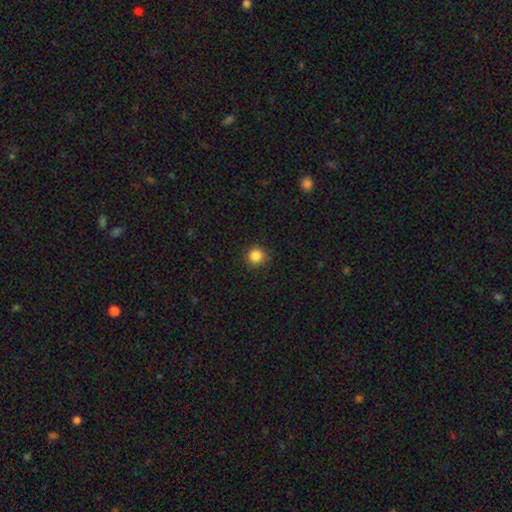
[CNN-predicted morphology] type=smooth (86%); roundness=round (93%); merging=none (88%).